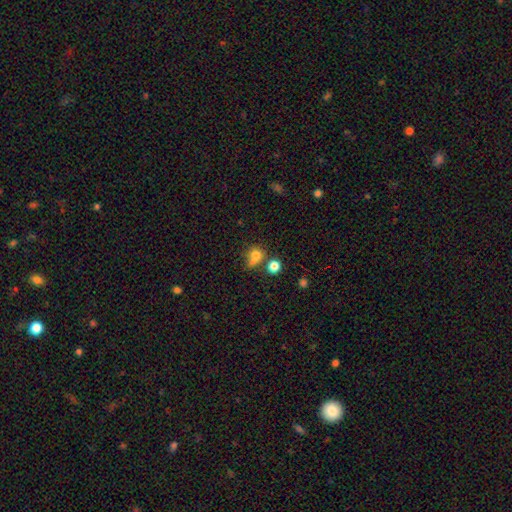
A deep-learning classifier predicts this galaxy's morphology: Smooth or featured?
  - smooth: 74% *
  - star or artifact: 15%
  - featured or disk: 11%
How rounded?
  - round: 73% *
  - in between: 25%
  - cigar-shaped: 2%
Merging?
  - none: 42% *
  - merger: 28%
  - minor disturbance: 18%
  - major disturbance: 13%